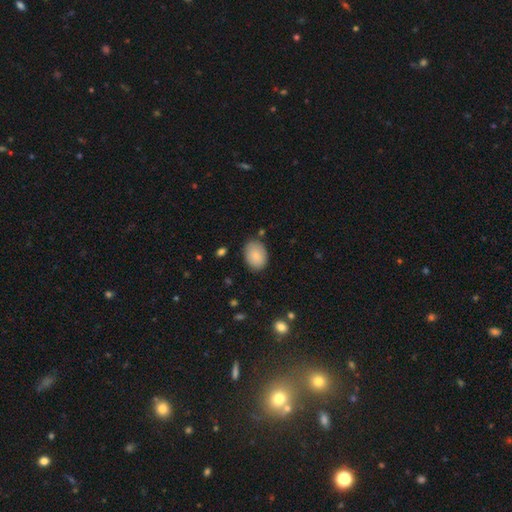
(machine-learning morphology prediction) Smooth or featured? Predicted: smooth (p=0.86). How rounded? Predicted: in between (p=0.78). Merging? Predicted: none (p=0.80).